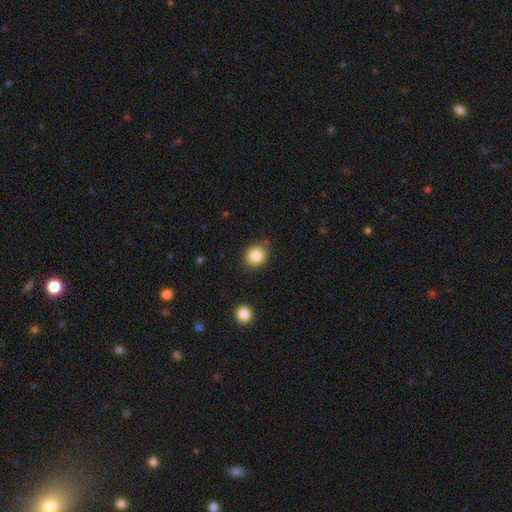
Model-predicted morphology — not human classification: Q: Smooth or featured?
A: smooth (84%); runner-up: star or artifact (9%)
Q: How rounded?
A: round (69%); runner-up: in between (30%)
Q: Merging?
A: none (81%); runner-up: minor disturbance (14%)